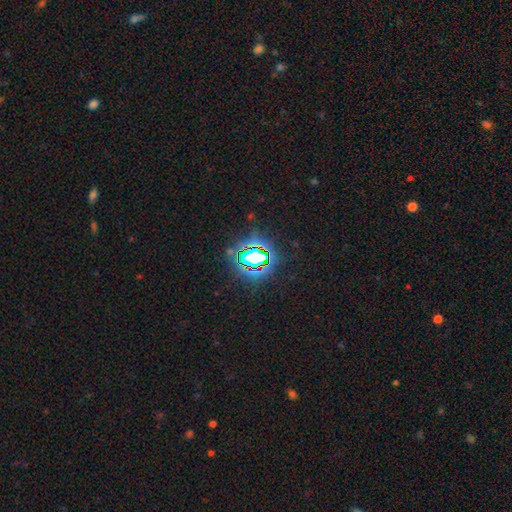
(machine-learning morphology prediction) smooth-or-featured: star or artifact: 73% | smooth: 16% | featured or disk: 11%